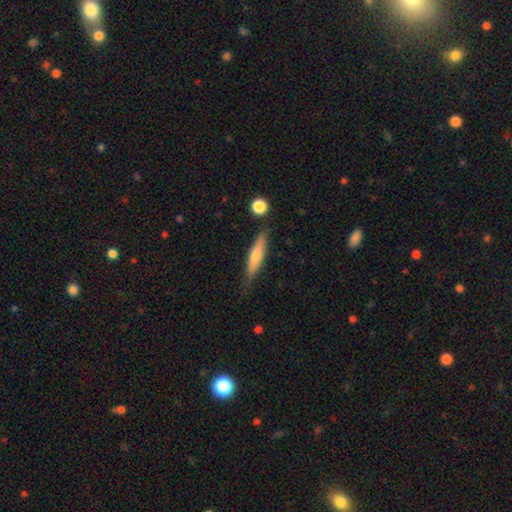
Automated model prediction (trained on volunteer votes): This appears to be a smooth galaxy with no disk features (50%). Merging: none (80%).